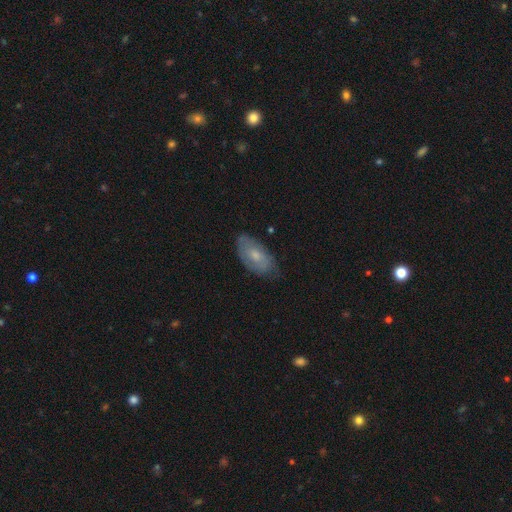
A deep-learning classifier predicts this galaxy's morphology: Smooth or featured?
  - smooth: 54% *
  - featured or disk: 39%
  - star or artifact: 7%
How rounded?
  - in between: 93% *
  - round: 4%
  - cigar-shaped: 3%
Merging?
  - none: 69% *
  - minor disturbance: 25%
  - major disturbance: 5%
  - merger: 1%